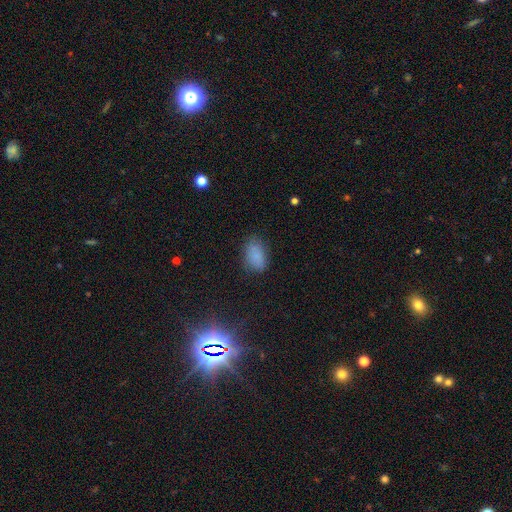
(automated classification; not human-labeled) Smooth or featured?
  - smooth: 82% *
  - star or artifact: 12%
  - featured or disk: 6%
How rounded?
  - in between: 91% *
  - round: 8%
  - cigar-shaped: 2%
Merging?
  - none: 77% *
  - minor disturbance: 16%
  - major disturbance: 5%
  - merger: 2%